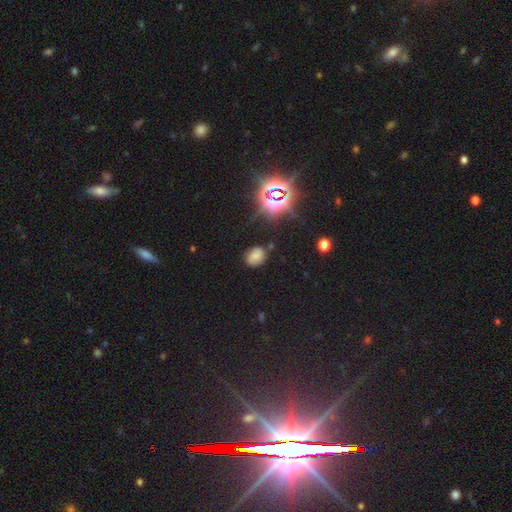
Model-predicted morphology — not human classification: type=smooth (63%); roundness=in between (58%); merging=none (74%).